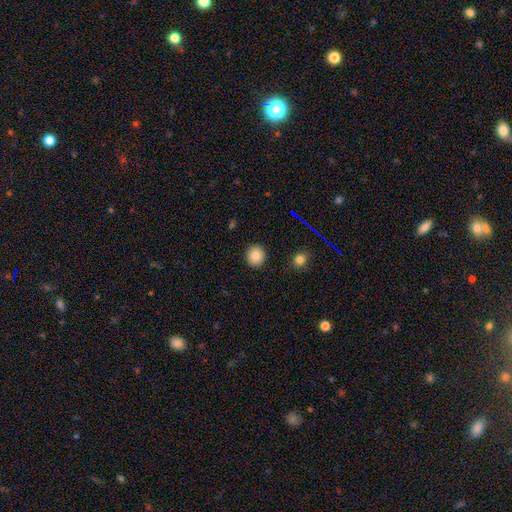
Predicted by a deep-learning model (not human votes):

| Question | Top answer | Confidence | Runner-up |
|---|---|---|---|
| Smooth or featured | smooth | 84% | star or artifact (10%) |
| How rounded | round | 89% | in between (10%) |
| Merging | none | 91% | minor disturbance (5%) |